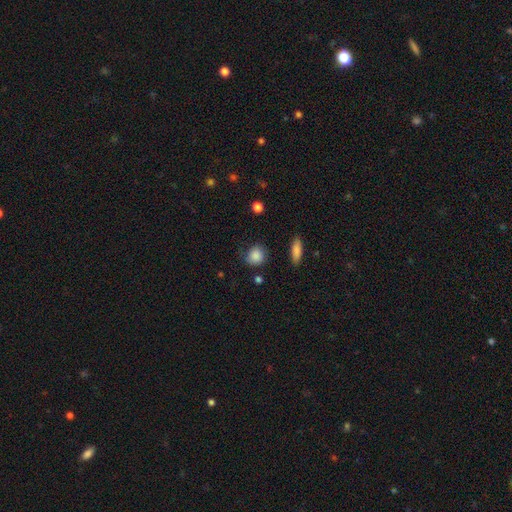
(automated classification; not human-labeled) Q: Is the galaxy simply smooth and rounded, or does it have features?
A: smooth — 86%.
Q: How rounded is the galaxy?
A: round — 78%.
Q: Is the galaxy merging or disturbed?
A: none — 72%.